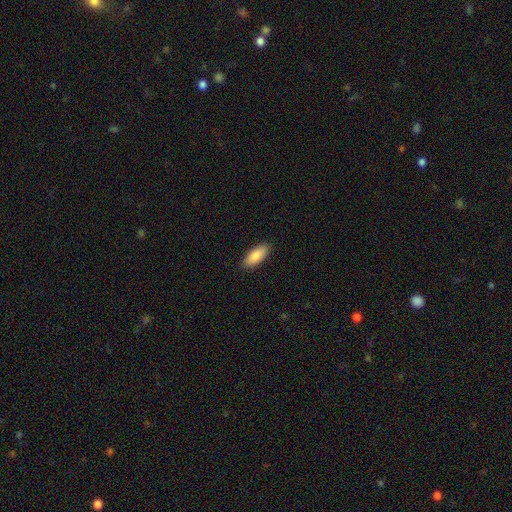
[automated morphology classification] smooth-or-featured: smooth: 88% | featured or disk: 6% | star or artifact: 6%
  how-rounded: in between: 83% | cigar-shaped: 15% | round: 2%
  merging: none: 89% | minor disturbance: 8% | major disturbance: 2% | merger: 1%